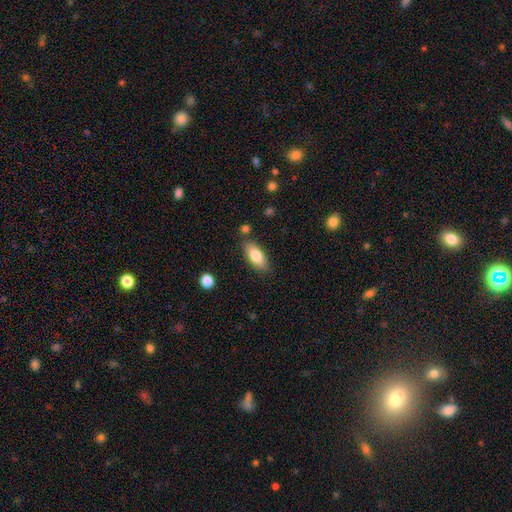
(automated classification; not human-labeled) Overall: smooth (80%). How rounded: in between (84%). Merging: none (81%).